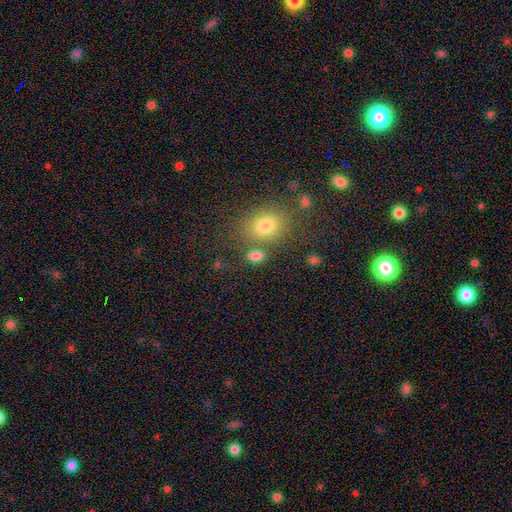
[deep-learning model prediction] Smooth or featured? Predicted: smooth (p=0.80). How rounded? Predicted: in between (p=0.75). Merging? Predicted: none (p=0.66).